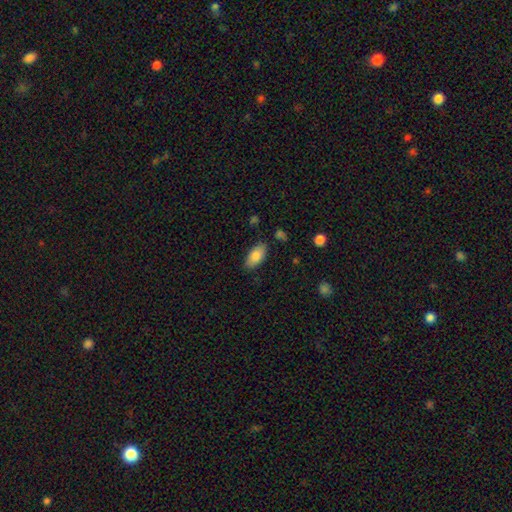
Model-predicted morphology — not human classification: This appears to be a smooth galaxy with no disk features (83%) that is in between round and cigar-shaped (91%). Merging: none (82%).